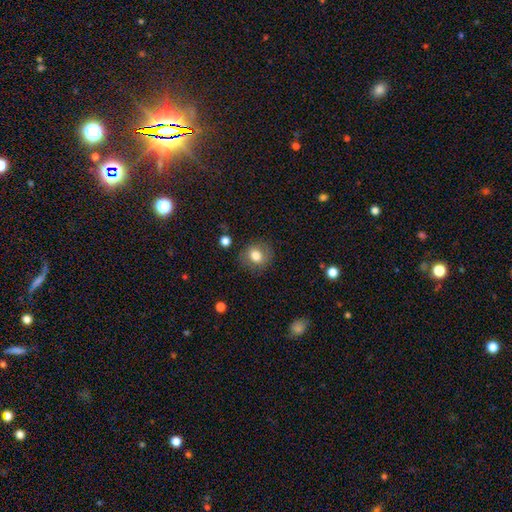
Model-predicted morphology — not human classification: This is likely a smooth galaxy (78%). How rounded: likely round (72%). Merging: clearly none (81%).